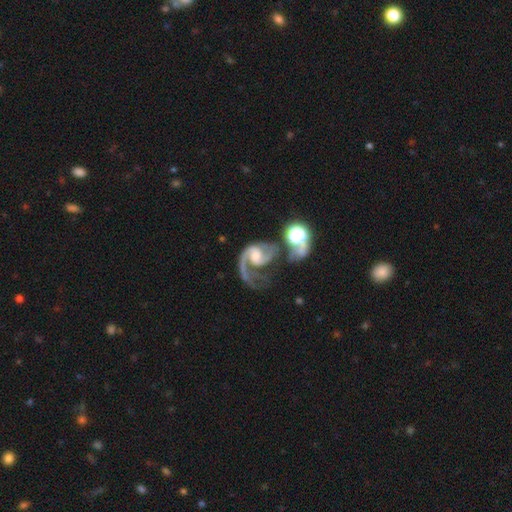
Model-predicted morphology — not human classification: featured or disk 89%, star or artifact 6%, smooth 5%. Down the decision tree: edge-on disk — no (98%); bar — no (49%); spiral arms — yes (97%); spiral arm count — 2 (75%); spiral winding — medium (52%); bulge size — moderate (43%); merging — major disturbance (32%).